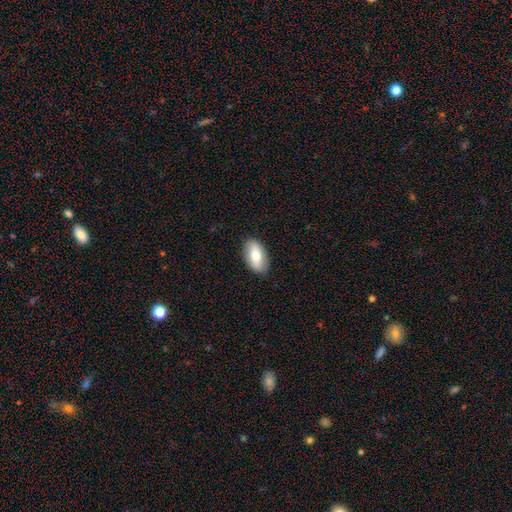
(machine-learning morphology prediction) smooth-or-featured: smooth: 66% | featured or disk: 27% | star or artifact: 6%
  how-rounded: in between: 92% | round: 5% | cigar-shaped: 3%
  merging: none: 87% | minor disturbance: 10% | major disturbance: 2% | merger: 1%